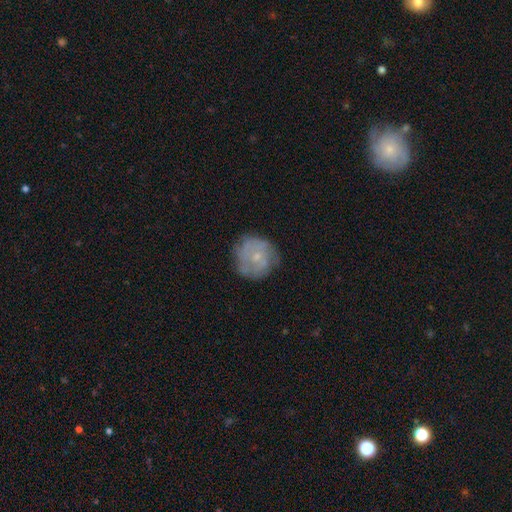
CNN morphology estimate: A featured or disk galaxy (56%) with no bar (82%), spiral arms (67%) and a small central bulge (68%).

Vote fractions:
- Smooth or featured? featured or disk: 56% / smooth: 36% / star or artifact: 8%
- Edge-on disk? no: 98% / yes: 2%
- Bar? no: 82% / weak: 16% / strong: 2%
- Spiral arms? yes: 67% / no: 33%
- Bulge size? small: 68% / moderate: 25% / none: 5% / large: 1% / dominant: 1%
- Merging? none: 69% / minor disturbance: 21% / major disturbance: 8% / merger: 2%